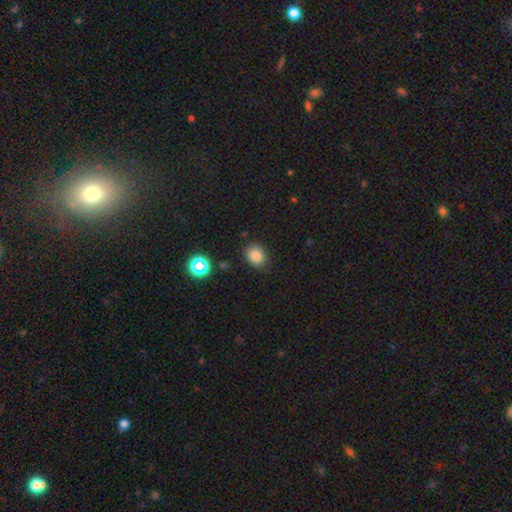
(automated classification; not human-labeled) smooth 81%, star or artifact 13%, featured or disk 5%. Down the decision tree: how rounded — round (50%); merging — none (83%).